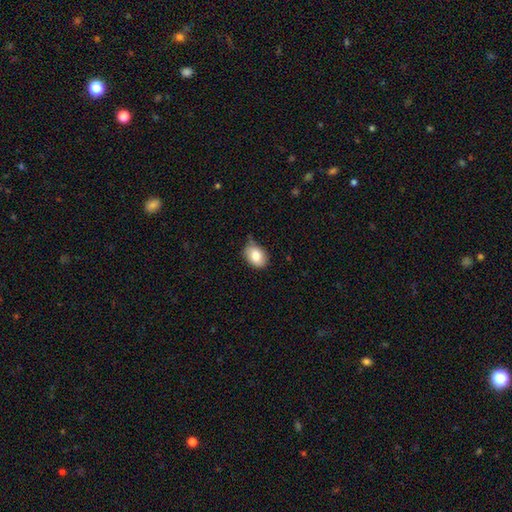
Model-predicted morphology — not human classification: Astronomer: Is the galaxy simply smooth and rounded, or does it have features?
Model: smooth — 83%.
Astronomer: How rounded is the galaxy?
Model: in between — 80%.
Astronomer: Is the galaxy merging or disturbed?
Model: none — 66%.